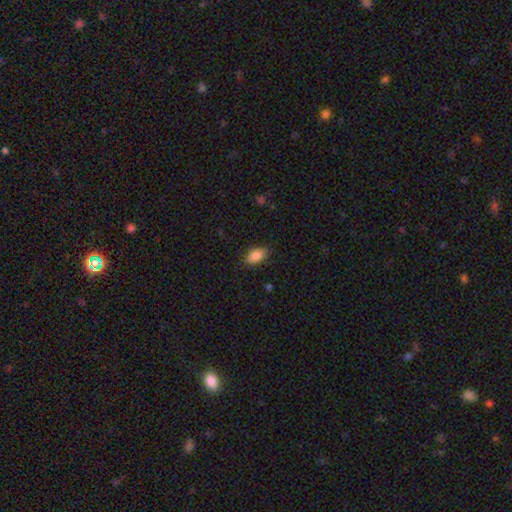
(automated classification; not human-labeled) Overall: smooth (87%). How rounded: in between (91%). Merging: none (84%).